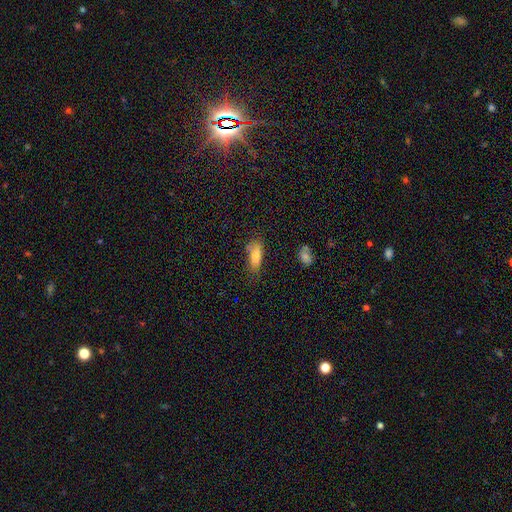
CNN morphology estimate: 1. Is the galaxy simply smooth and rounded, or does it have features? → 81% smooth, 11% featured or disk, 9% star or artifact.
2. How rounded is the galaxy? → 78% in between, 19% cigar-shaped, 3% round.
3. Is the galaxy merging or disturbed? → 62% none, 26% minor disturbance, 9% major disturbance, 4% merger.